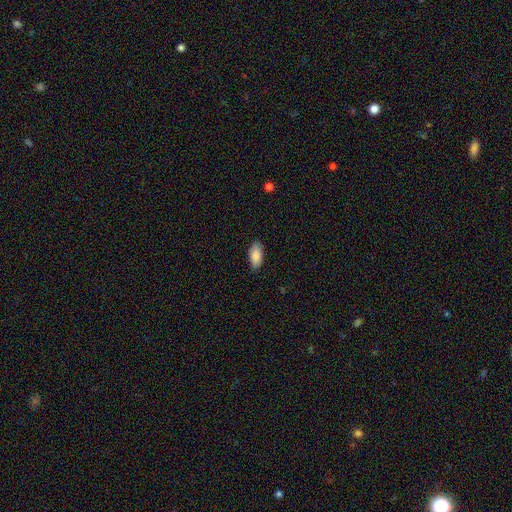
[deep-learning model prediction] This appears to be a smooth galaxy with no disk features (88%) that is in between round and cigar-shaped (92%). Merging: none (86%).